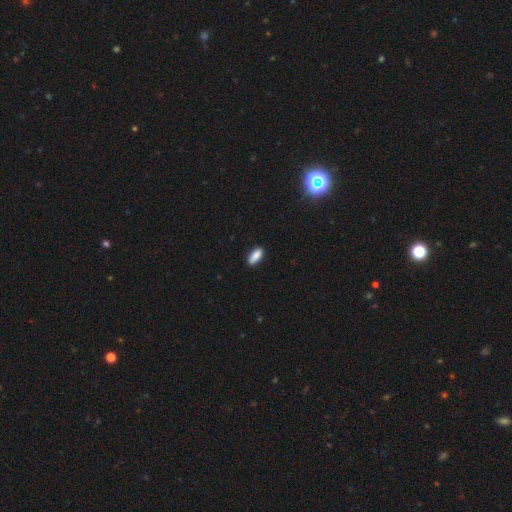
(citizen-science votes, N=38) Volunteers were most divided on "how rounded": in between: 65%, cigar-shaped: 35%, round: 0%. More confident: smooth or featured — smooth (97%); merging — none (97%).